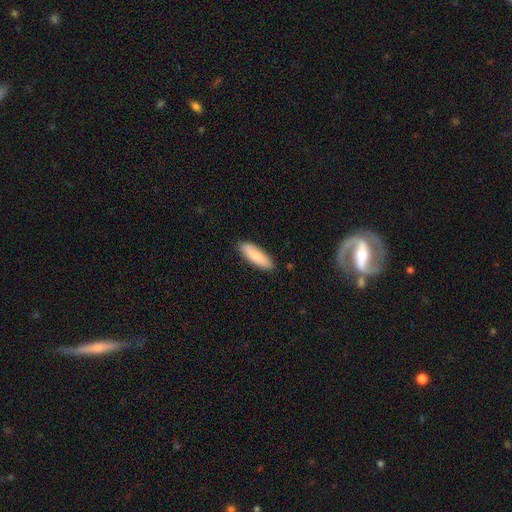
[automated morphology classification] Overall: smooth (84%). How rounded: cigar-shaped (53%; in between 45%). Merging: none (87%).